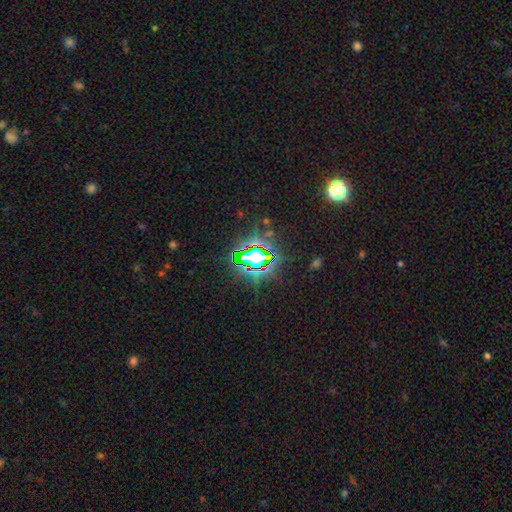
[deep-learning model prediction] Q: Smooth or featured?
A: star or artifact (76%); runner-up: smooth (13%)